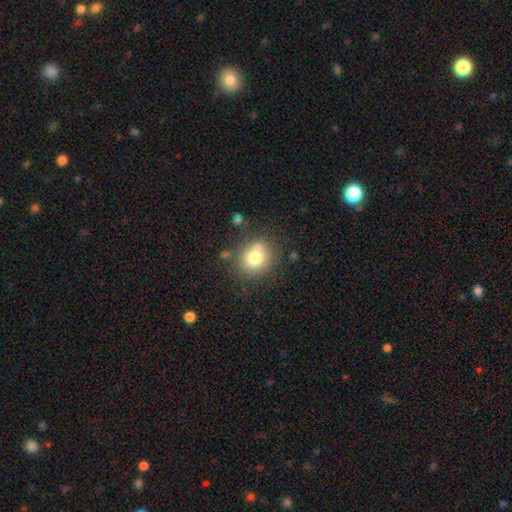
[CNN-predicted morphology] smooth 76%, featured or disk 13%, star or artifact 12%. Down the decision tree: how rounded — round (75%); merging — none (70%).